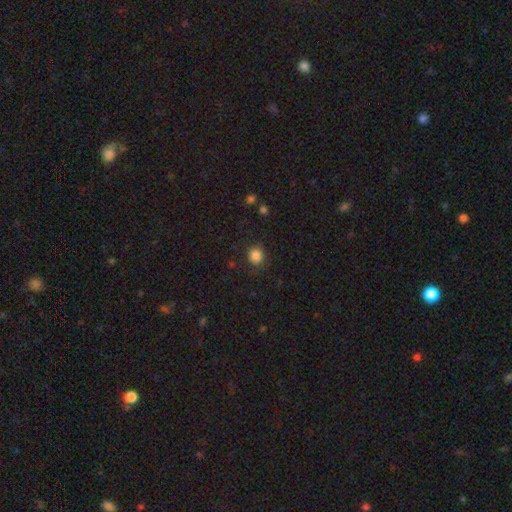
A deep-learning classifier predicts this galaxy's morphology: A smooth galaxy with no disk features (85%) that is round (87%).

Vote fractions:
- Smooth or featured? smooth: 85% / star or artifact: 11% / featured or disk: 4%
- How rounded? round: 87% / in between: 12% / cigar-shaped: 1%
- Merging? none: 86% / minor disturbance: 9% / major disturbance: 3% / merger: 1%